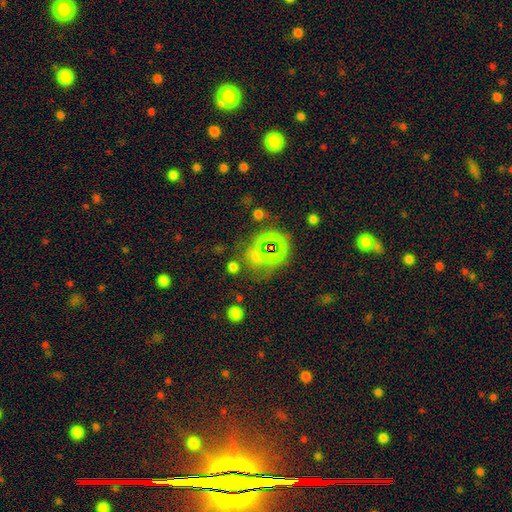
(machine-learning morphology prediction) Overall: star or artifact (53%; smooth 36%).